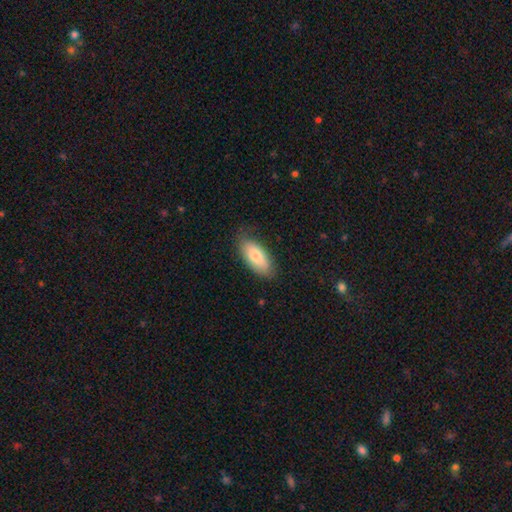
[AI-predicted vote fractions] Morphology: type=smooth (78%); roundness=in between (90%); merging=none (78%).